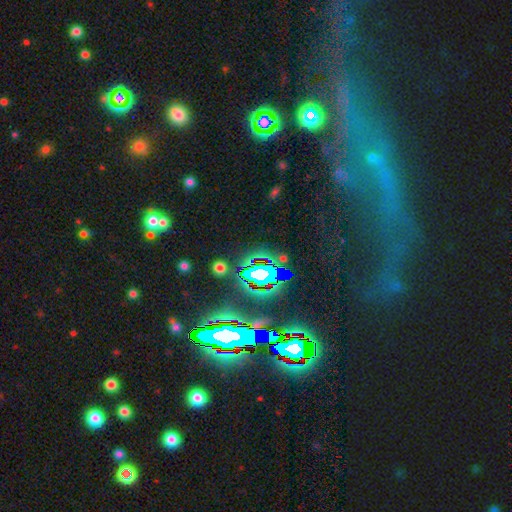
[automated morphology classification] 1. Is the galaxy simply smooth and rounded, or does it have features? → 62% star or artifact, 20% featured or disk, 18% smooth.